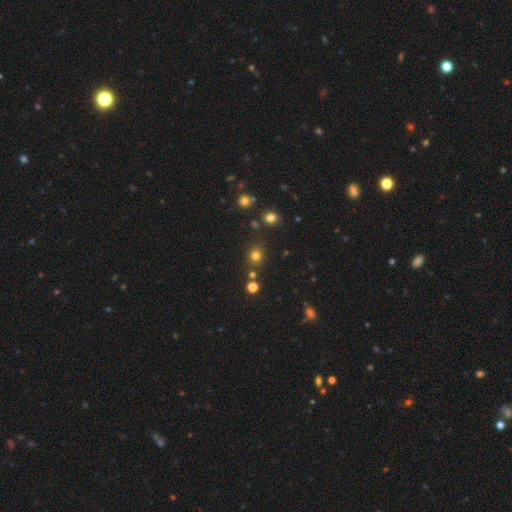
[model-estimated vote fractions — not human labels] A smooth galaxy with no disk features (74%) that is round (84%). Merging: none (81%).